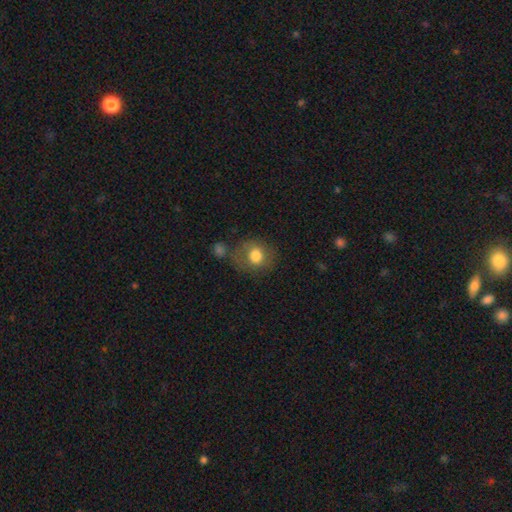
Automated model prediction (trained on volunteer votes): Q: Smooth or featured?
A: smooth (76%); runner-up: featured or disk (15%)
Q: How rounded?
A: round (72%); runner-up: in between (27%)
Q: Merging?
A: none (64%); runner-up: minor disturbance (19%)